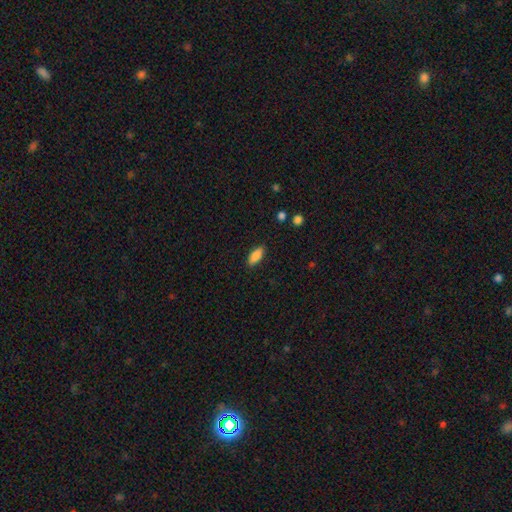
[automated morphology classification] Smooth or featured: smooth — 86% (featured or disk — 7%)
How rounded: in between — 76% (cigar-shaped — 22%)
Merging: none — 87% (minor disturbance — 9%)